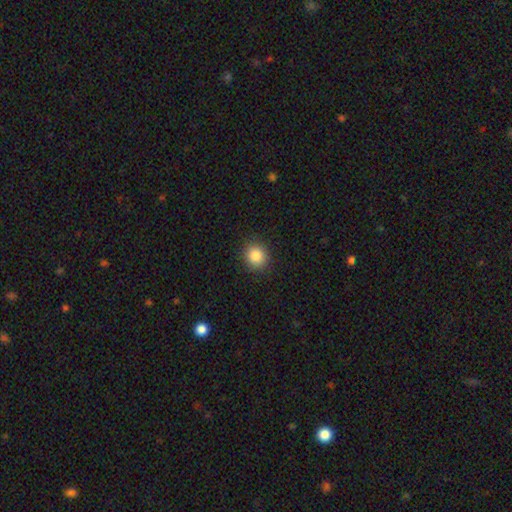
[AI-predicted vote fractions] Smooth or featured: smooth — 86% (star or artifact — 10%)
How rounded: round — 86% (in between — 13%)
Merging: none — 90% (minor disturbance — 7%)